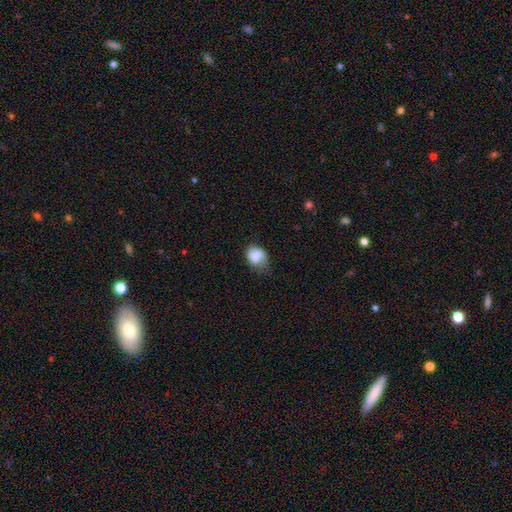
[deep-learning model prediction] Q: Smooth or featured?
A: smooth (69%); runner-up: featured or disk (23%)
Q: How rounded?
A: in between (62%); runner-up: round (37%)
Q: Merging?
A: none (43%); runner-up: minor disturbance (38%)